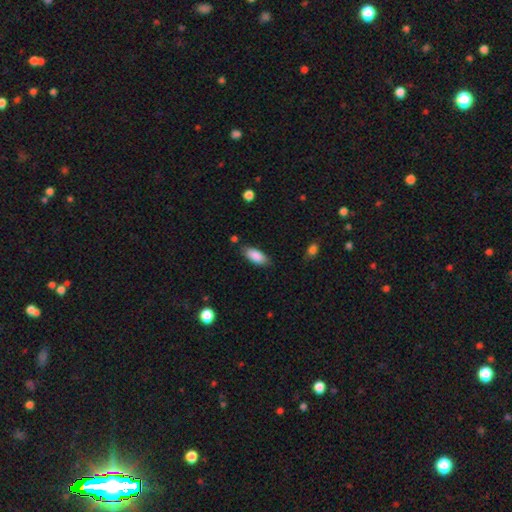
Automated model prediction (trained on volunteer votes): Q: Smooth or featured?
A: smooth (88%); runner-up: star or artifact (6%)
Q: How rounded?
A: in between (85%); runner-up: cigar-shaped (13%)
Q: Merging?
A: none (81%); runner-up: minor disturbance (14%)